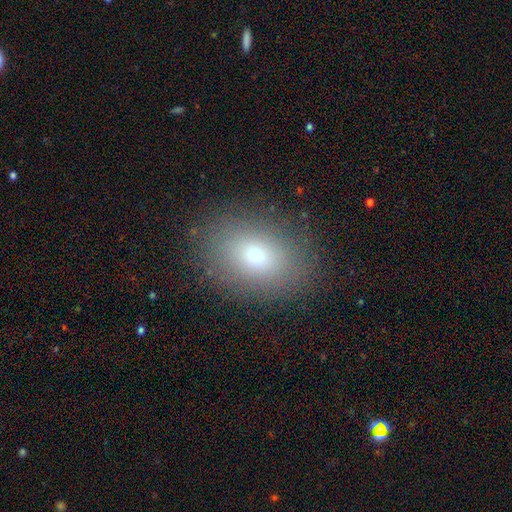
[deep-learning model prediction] Smooth or featured: smooth — 73% (featured or disk — 14%)
How rounded: in between — 74% (round — 24%)
Merging: none — 85% (minor disturbance — 10%)